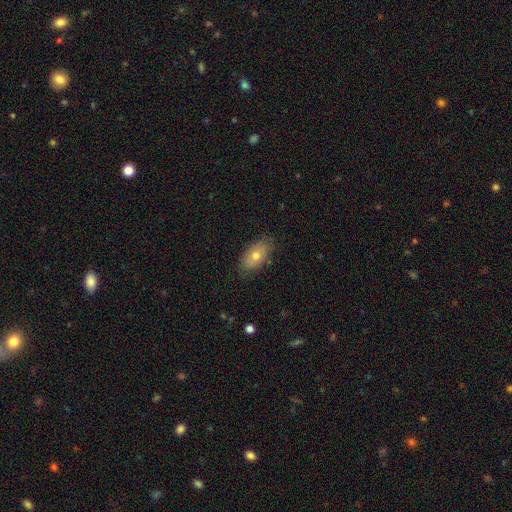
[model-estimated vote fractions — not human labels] Morphology: type=smooth (69%); roundness=in between (90%); merging=none (83%).